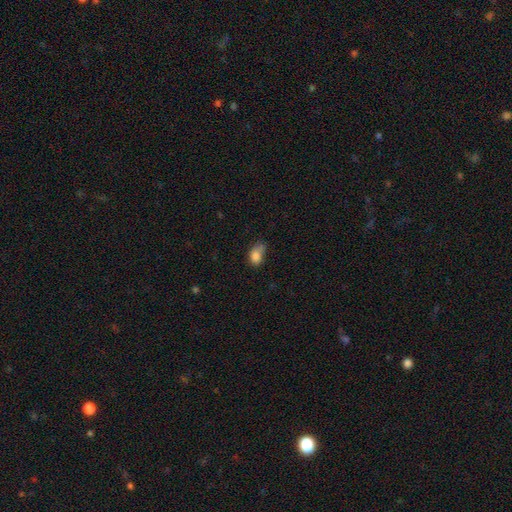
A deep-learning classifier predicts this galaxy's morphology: Q: Smooth or featured?
A: smooth (82%); runner-up: star or artifact (10%)
Q: How rounded?
A: in between (79%); runner-up: round (19%)
Q: Merging?
A: minor disturbance (37%); runner-up: none (34%)